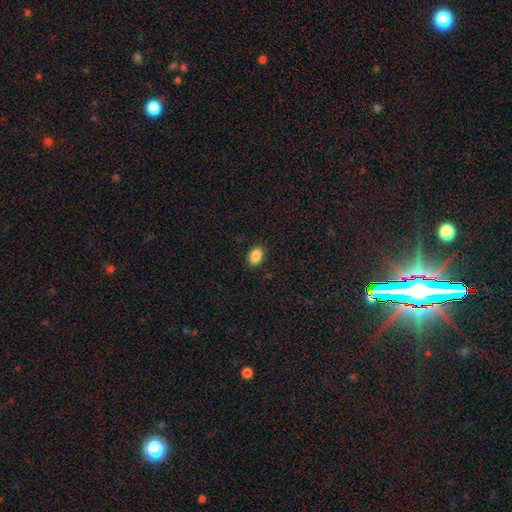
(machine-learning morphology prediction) type=smooth (87%); roundness=in between (83%); merging=none (88%).